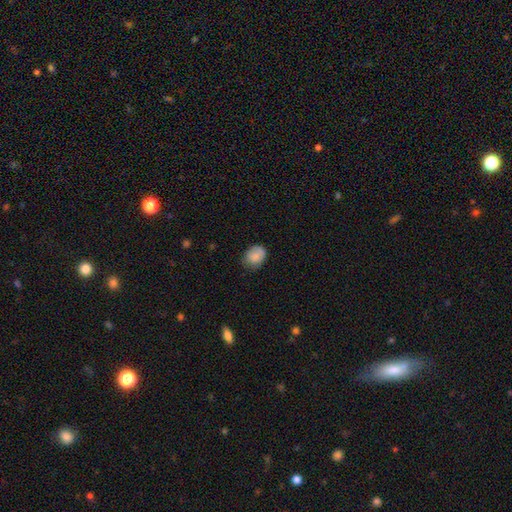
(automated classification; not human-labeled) Smooth or featured? Predicted: smooth (p=0.81). How rounded? Predicted: round (p=0.50, tied with in between). Merging? Predicted: none (p=0.67).